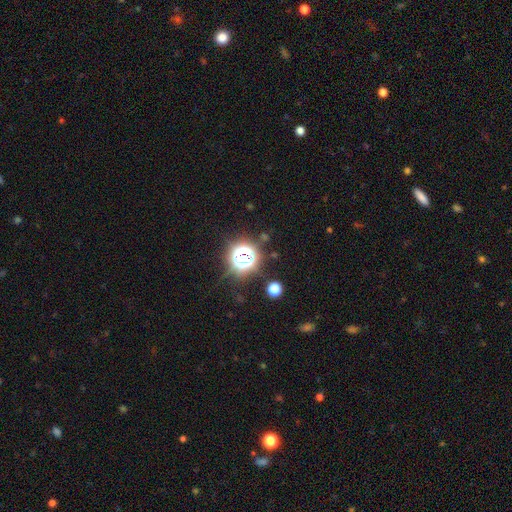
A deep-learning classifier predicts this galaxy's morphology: star or artifact 72%, smooth 21%, featured or disk 7%.